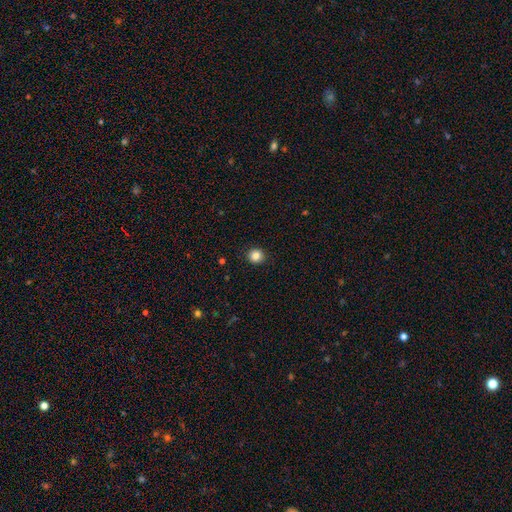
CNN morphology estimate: This appears to be a smooth galaxy with no disk features (84%) that is round (92%). Merging: none (92%).